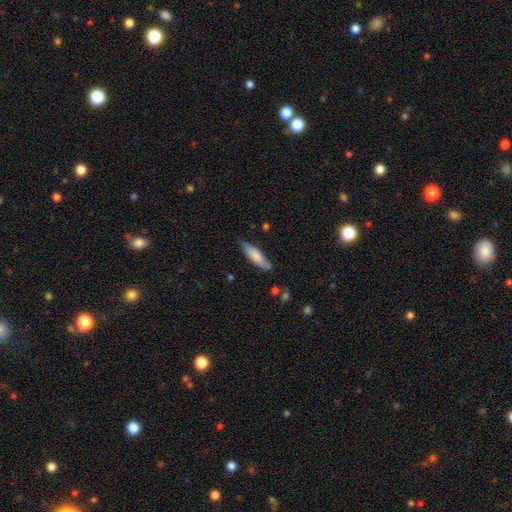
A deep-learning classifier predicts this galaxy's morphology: Smooth or featured: smooth — 75% (featured or disk — 19%)
How rounded: cigar-shaped — 54% (in between — 44%)
Merging: none — 76% (minor disturbance — 19%)